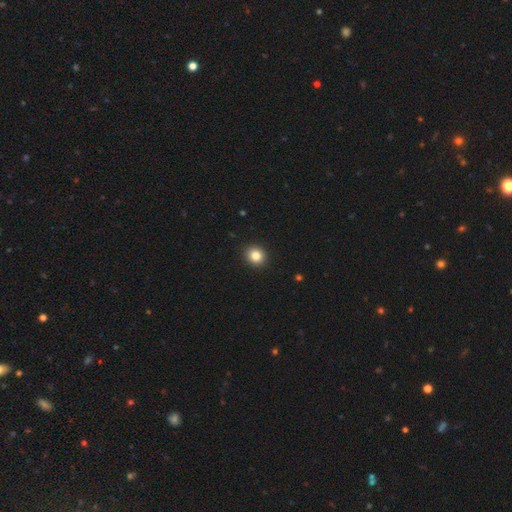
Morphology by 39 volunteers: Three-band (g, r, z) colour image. It shows a smooth galaxy with no disk features (97%) that is round (76%). Merging: none (92%).